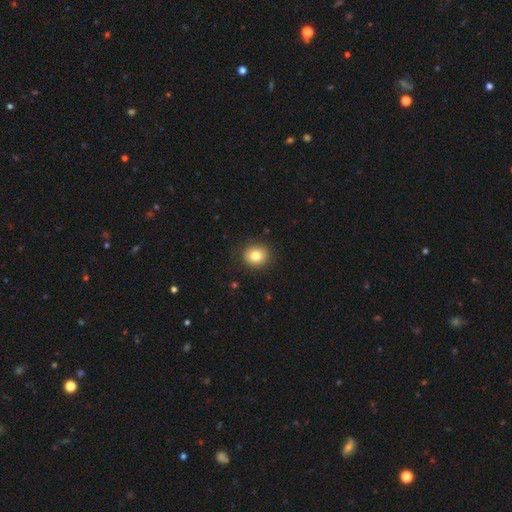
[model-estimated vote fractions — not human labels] This is clearly a smooth galaxy (83%). How rounded: clearly round (80%). Merging: clearly none (90%).